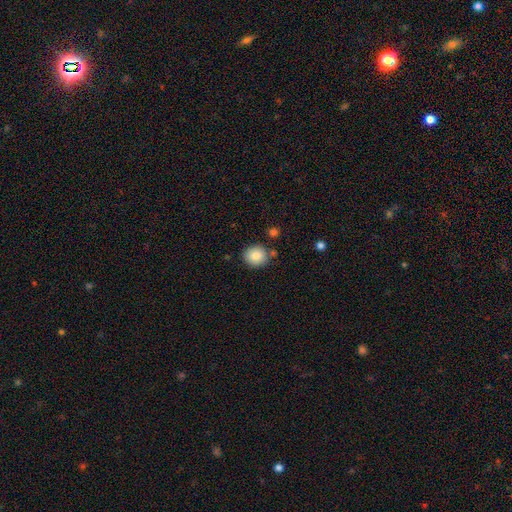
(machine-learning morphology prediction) smooth-or-featured: smooth: 86% | star or artifact: 8% | featured or disk: 6%
  how-rounded: round: 81% | in between: 18% | cigar-shaped: 1%
  merging: none: 81% | minor disturbance: 10% | merger: 6% | major disturbance: 3%